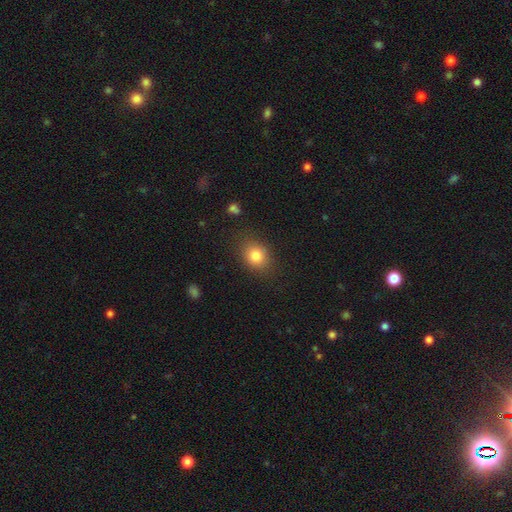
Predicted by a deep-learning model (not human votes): Smooth or featured? Predicted: smooth (p=0.82). How rounded? Predicted: round (p=0.54). Merging? Predicted: none (p=0.81).